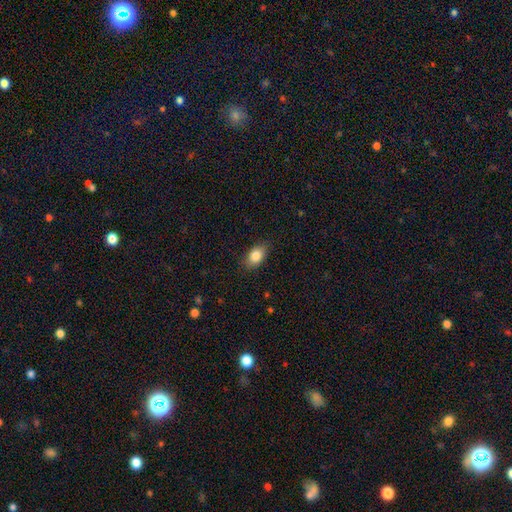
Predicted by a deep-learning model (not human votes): Smooth or featured: smooth — 85% (featured or disk — 8%)
How rounded: in between — 85% (round — 12%)
Merging: none — 84% (minor disturbance — 12%)